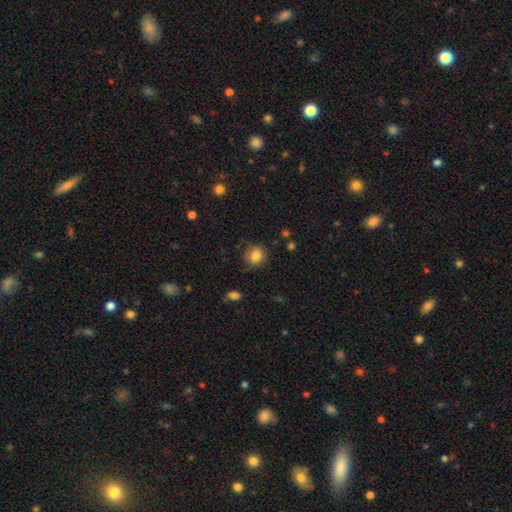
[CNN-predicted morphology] smooth_or_featured: smooth (p=0.83) [alt: star or artifact p=0.10]
how_rounded: round (p=0.81) [alt: in between p=0.18]
merging: none (p=0.75) [alt: minor disturbance p=0.18]